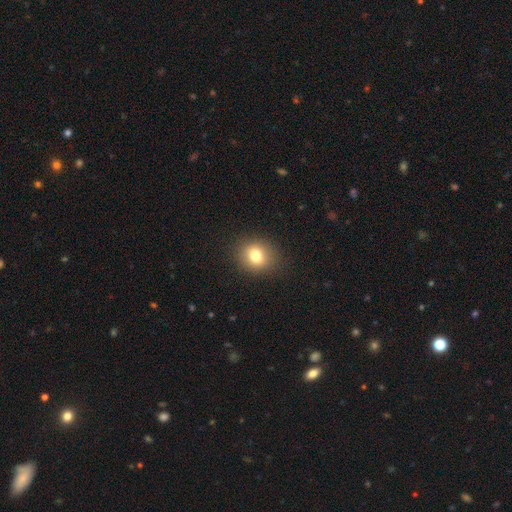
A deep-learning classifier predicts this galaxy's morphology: Overall: smooth (78%). How rounded: round (71%). Merging: none (88%).